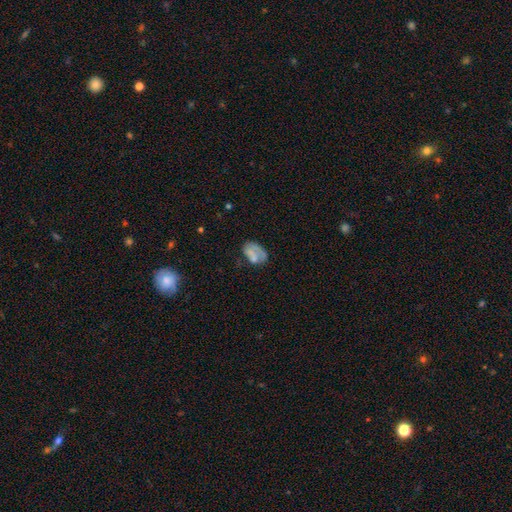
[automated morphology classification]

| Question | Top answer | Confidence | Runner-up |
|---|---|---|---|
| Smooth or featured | smooth | 58% | featured or disk (32%) |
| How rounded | in between | 85% | round (13%) |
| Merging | none | 39% | minor disturbance (28%) |